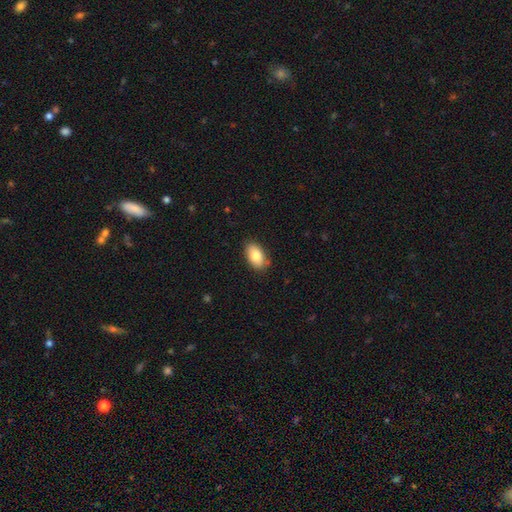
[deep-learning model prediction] Overall: smooth (82%). How rounded: in between (92%). Merging: none (82%).